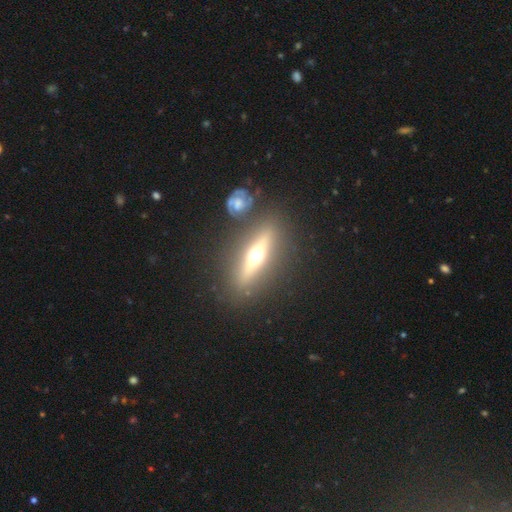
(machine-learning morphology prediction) A featured or disk galaxy (63%) viewed edge-on (86%) with a rounded central bulge (95%).

Vote fractions:
- Smooth or featured? featured or disk: 63% / smooth: 29% / star or artifact: 7%
- Edge-on disk? yes: 86% / no: 14%
- Edge-on bulge? rounded: 95% / none: 3% / boxy: 2%
- Merging? none: 81% / minor disturbance: 9% / merger: 7% / major disturbance: 4%